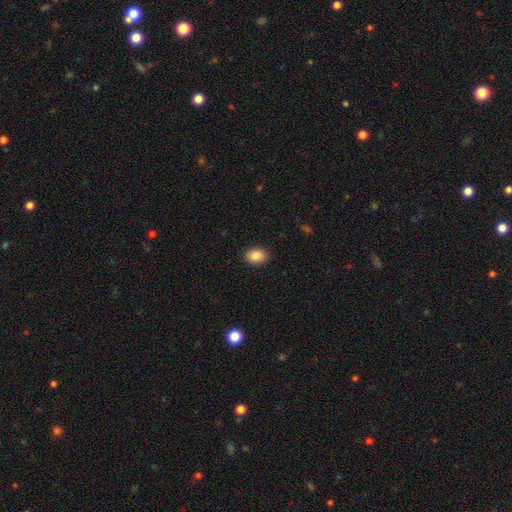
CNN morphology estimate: smooth_or_featured: smooth (p=0.87) [alt: star or artifact p=0.08]
how_rounded: in between (p=0.66) [alt: round p=0.33]
merging: none (p=0.90) [alt: minor disturbance p=0.07]